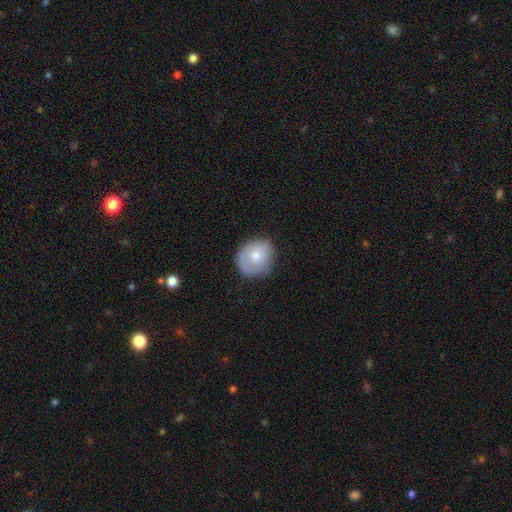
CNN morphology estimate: The model was most divided on "how rounded": round: 71%, in between: 28%, cigar-shaped: 1%. More confident: merging — none (68%); smooth or featured — smooth (68%).